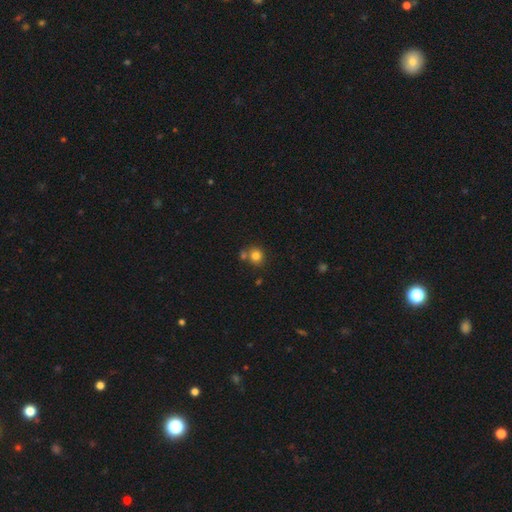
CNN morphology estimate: Smooth or featured? Predicted: smooth (p=0.80). How rounded? Predicted: round (p=0.85). Merging? Predicted: none (p=0.63).